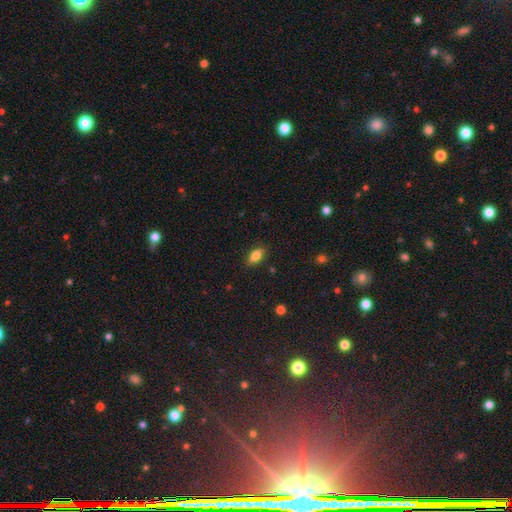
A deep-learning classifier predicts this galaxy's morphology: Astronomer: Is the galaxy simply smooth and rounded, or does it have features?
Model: smooth — 84%.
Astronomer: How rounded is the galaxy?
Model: in between — 88%.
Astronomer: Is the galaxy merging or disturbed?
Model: none — 87%.